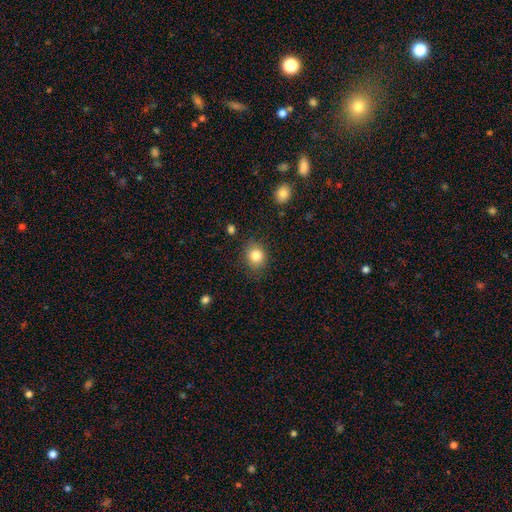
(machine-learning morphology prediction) A smooth galaxy with no disk features (83%) that is round (64%). Merging: none (81%).